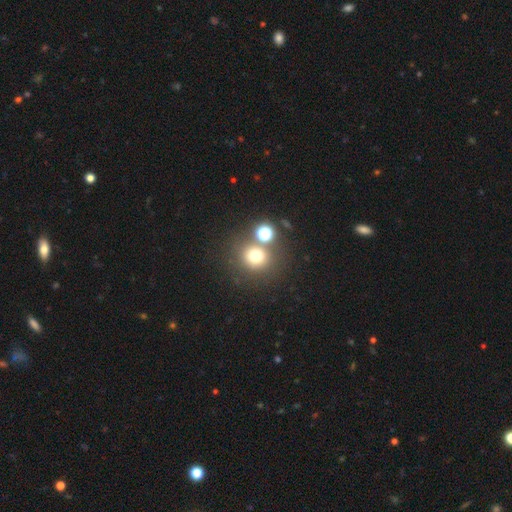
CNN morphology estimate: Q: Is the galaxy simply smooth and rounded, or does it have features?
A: smooth — 71%.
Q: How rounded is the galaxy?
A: round — 88%.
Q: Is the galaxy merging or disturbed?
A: none — 69%.